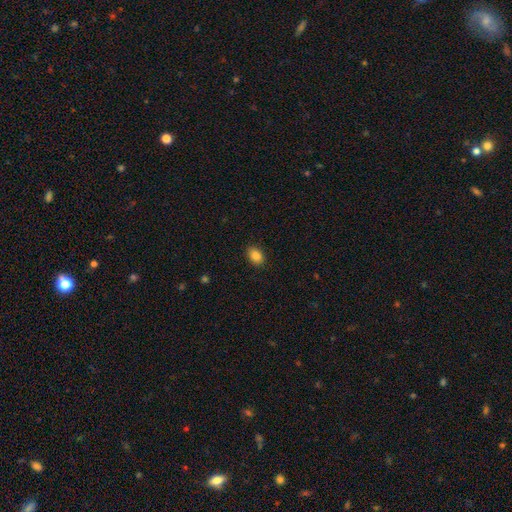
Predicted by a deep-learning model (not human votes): smooth 87%, star or artifact 9%, featured or disk 4%. Down the decision tree: how rounded — in between (80%); merging — none (89%).